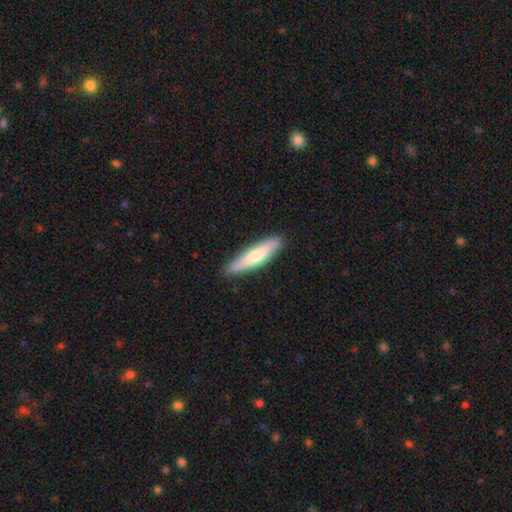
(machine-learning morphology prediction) Smooth or featured: smooth — 64% (featured or disk — 30%)
How rounded: cigar-shaped — 84% (in between — 15%)
Merging: none — 89% (minor disturbance — 9%)